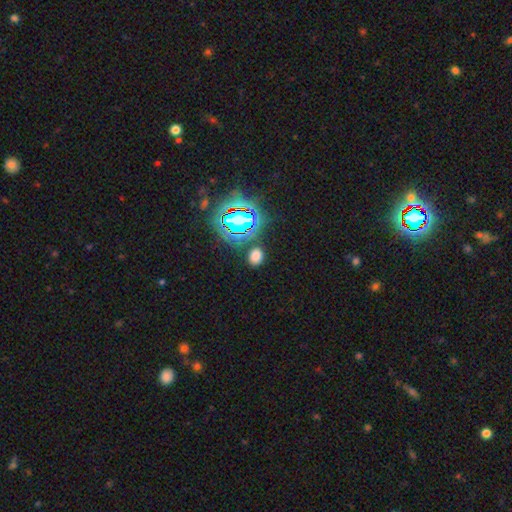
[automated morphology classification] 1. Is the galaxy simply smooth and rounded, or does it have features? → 64% smooth, 30% star or artifact, 7% featured or disk.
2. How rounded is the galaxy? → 58% in between, 40% round, 2% cigar-shaped.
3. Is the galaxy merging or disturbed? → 84% none, 10% minor disturbance, 3% merger, 3% major disturbance.